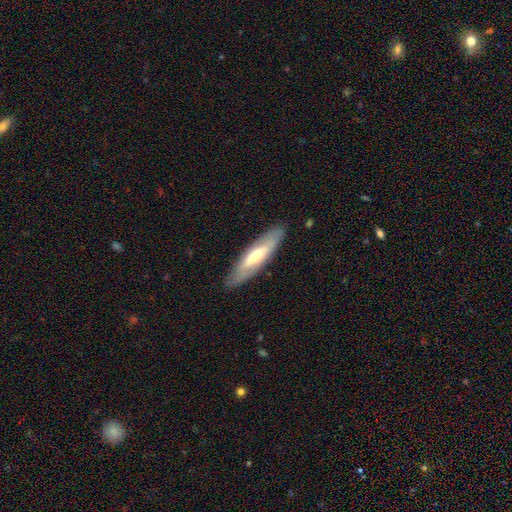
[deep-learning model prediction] The model was most divided on "smooth or featured": featured or disk: 49%, smooth: 46%, star or artifact: 5%. More confident: merging — none (86%).